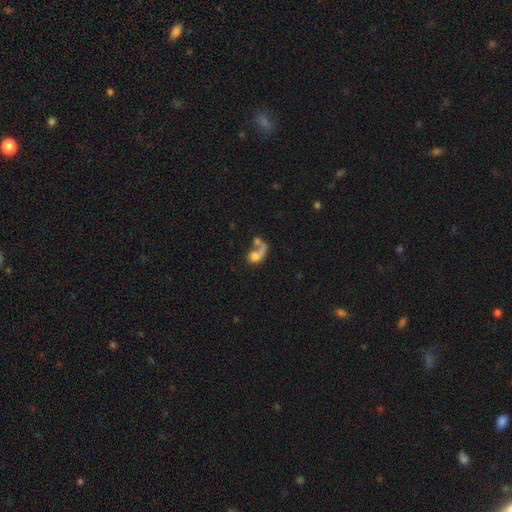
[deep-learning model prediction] Smooth or featured?
  - smooth: 50% *
  - featured or disk: 35%
  - star or artifact: 15%
Merging?
  - merger: 44% *
  - none: 23%
  - major disturbance: 23%
  - minor disturbance: 10%